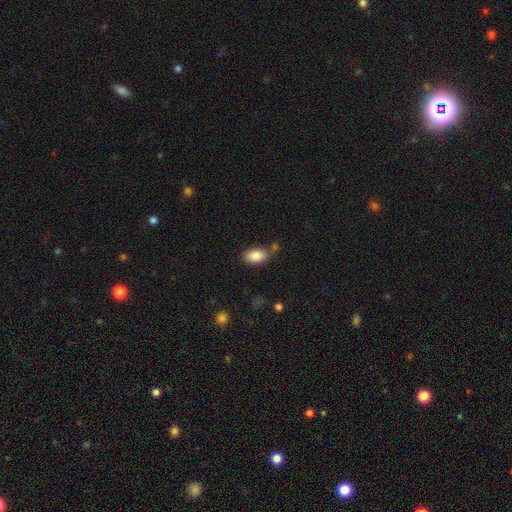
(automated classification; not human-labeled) Morphology: type=smooth (86%); roundness=in between (92%); merging=none (68%).